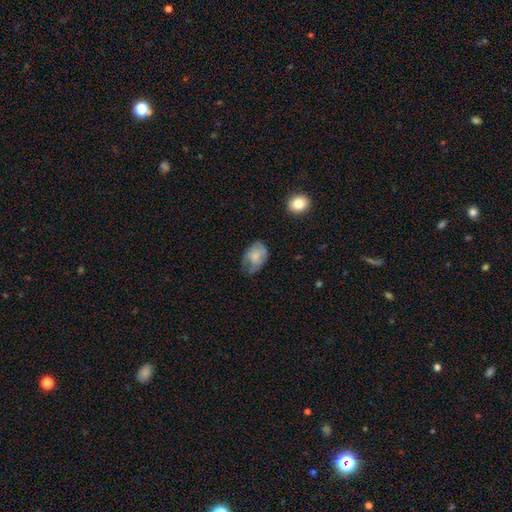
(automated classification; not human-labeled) smooth 68%, featured or disk 25%, star or artifact 8%. Down the decision tree: how rounded — in between (81%); merging — none (49%).